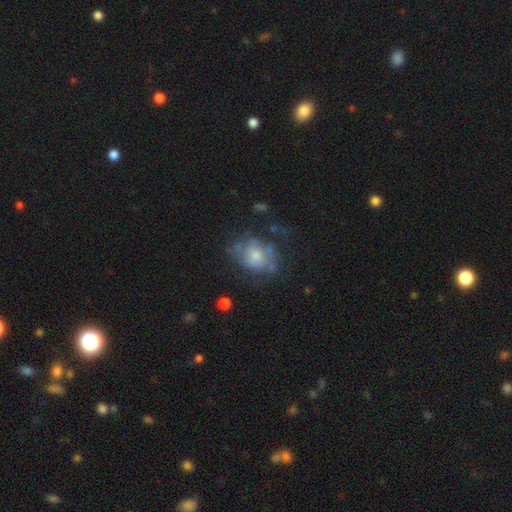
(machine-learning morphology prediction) This appears to be a featured or disk galaxy (46%). Merging: none (52%).